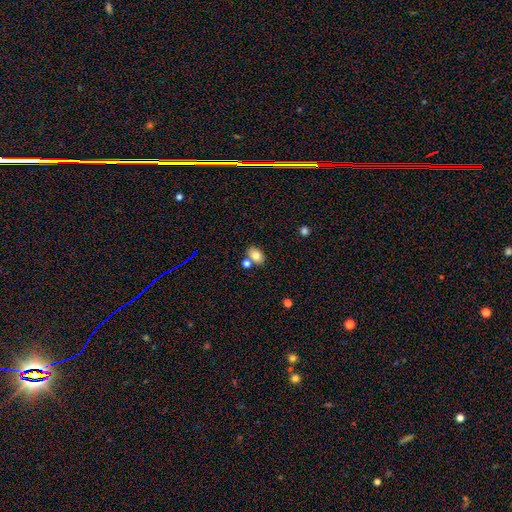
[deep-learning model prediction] A smooth galaxy with no disk features (80%) that is in between round and cigar-shaped (77%). Merging: none (67%).